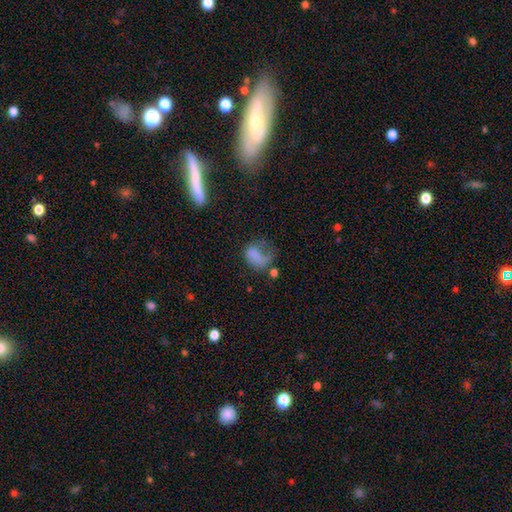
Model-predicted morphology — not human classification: Smooth or featured: smooth — 65% (featured or disk — 23%)
How rounded: in between — 70% (round — 29%)
Merging: major disturbance — 52% (none — 21%)